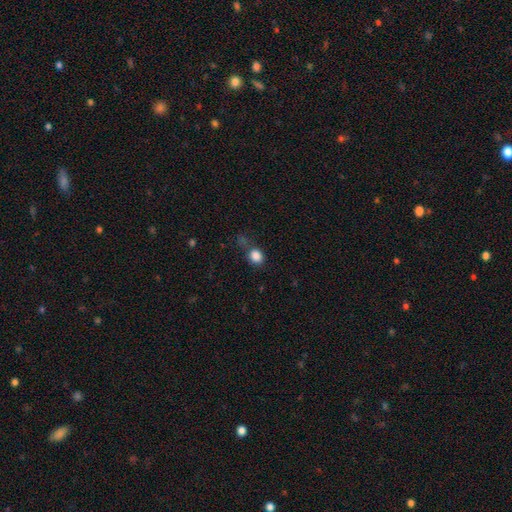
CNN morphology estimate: Overall: smooth (85%). How rounded: round (63%; in between 36%). Merging: none (65%).